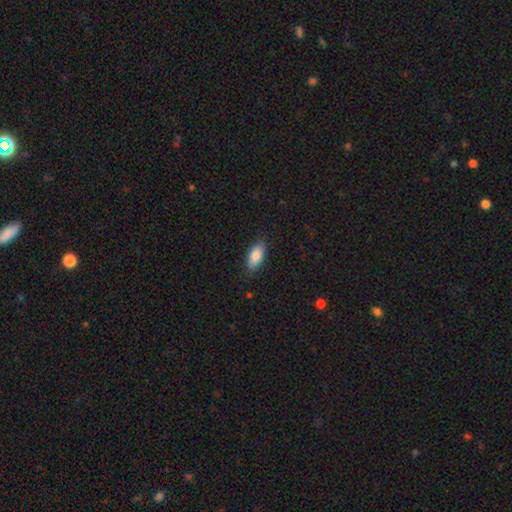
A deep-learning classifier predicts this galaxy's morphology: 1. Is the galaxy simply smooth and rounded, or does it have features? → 82% smooth, 11% featured or disk, 6% star or artifact.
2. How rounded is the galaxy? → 85% in between, 13% cigar-shaped, 2% round.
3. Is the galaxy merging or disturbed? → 85% none, 11% minor disturbance, 2% major disturbance, 1% merger.